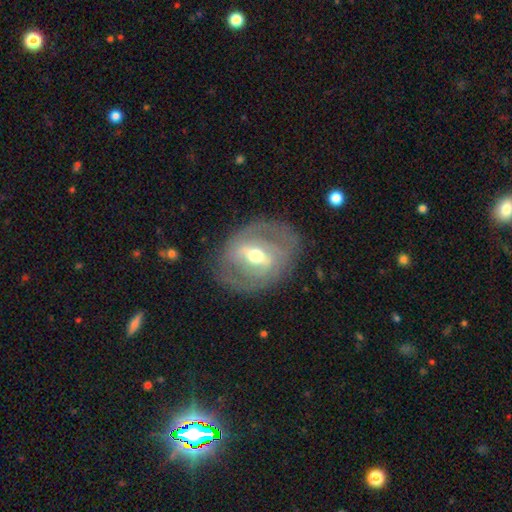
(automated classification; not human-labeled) Smooth or featured: featured or disk — 76% (smooth — 18%)
Edge-on disk: no — 89% (yes — 11%)
Bar: strong — 58% (weak — 30%)
Spiral arms: yes — 53% (no — 47%)
Bulge size: moderate — 69% (small — 21%)
Merging: none — 77% (minor disturbance — 14%)